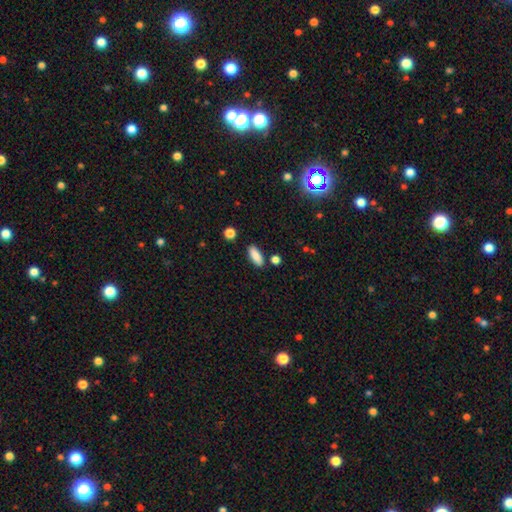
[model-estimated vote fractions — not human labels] smooth-or-featured: smooth: 87% | star or artifact: 7% | featured or disk: 5%
  how-rounded: in between: 68% | cigar-shaped: 29% | round: 3%
  merging: none: 85% | minor disturbance: 9% | merger: 4% | major disturbance: 2%